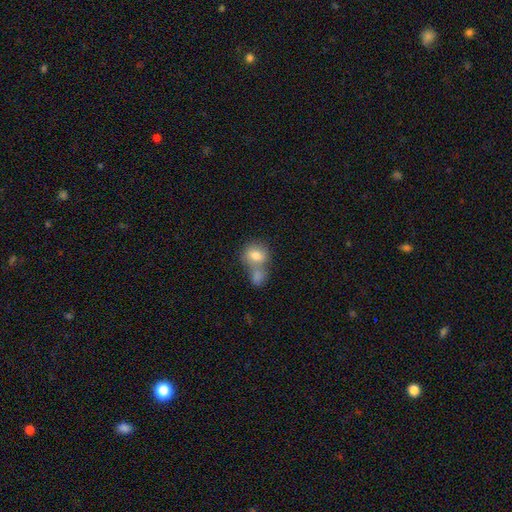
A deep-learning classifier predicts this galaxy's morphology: smooth_or_featured: smooth (p=0.77) [alt: featured or disk p=0.14]
how_rounded: round (p=0.56) [alt: in between p=0.43]
merging: merger (p=0.51) [alt: none p=0.34]